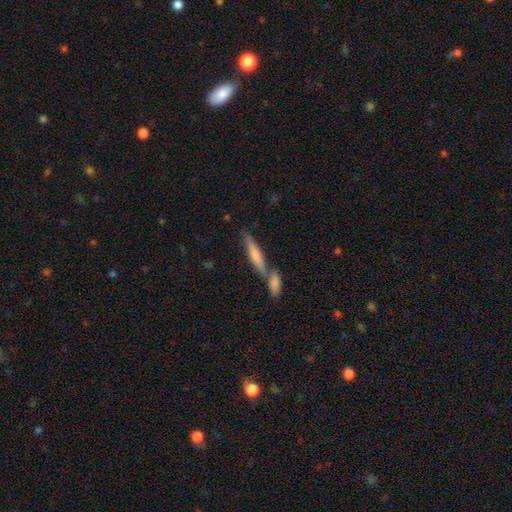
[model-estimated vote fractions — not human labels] Smooth or featured: smooth — 63% (featured or disk — 30%)
How rounded: cigar-shaped — 82% (in between — 16%)
Merging: none — 44% (tied with merger — 44%)